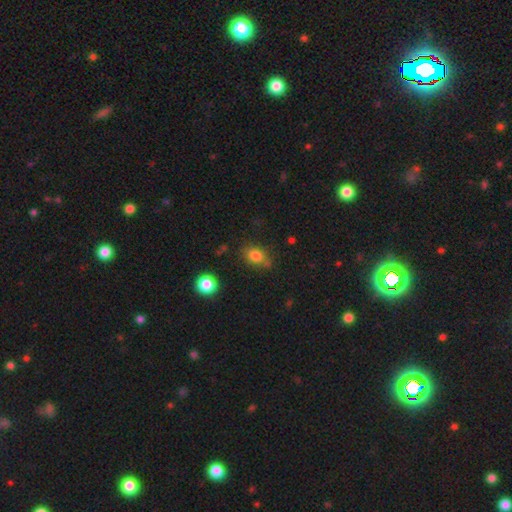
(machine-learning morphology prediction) smooth-or-featured: smooth: 80% | star or artifact: 12% | featured or disk: 8%
  how-rounded: in between: 61% | round: 37% | cigar-shaped: 2%
  merging: none: 71% | minor disturbance: 19% | merger: 6% | major disturbance: 5%